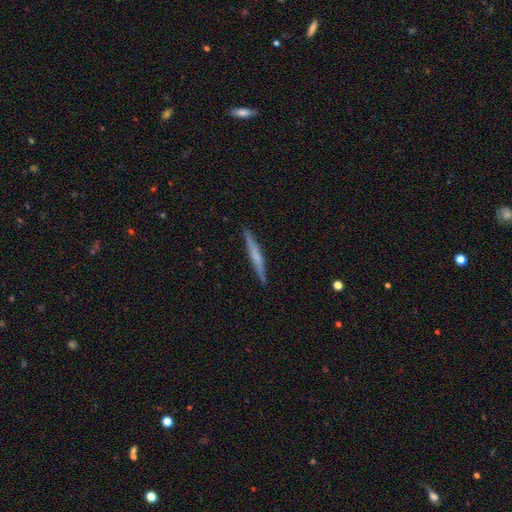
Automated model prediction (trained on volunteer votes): This is possibly a featured or disk galaxy (52%). It is clearly viewed edge-on (97%). Edge-on bulge: possibly none (49%). Merging: clearly none (89%).